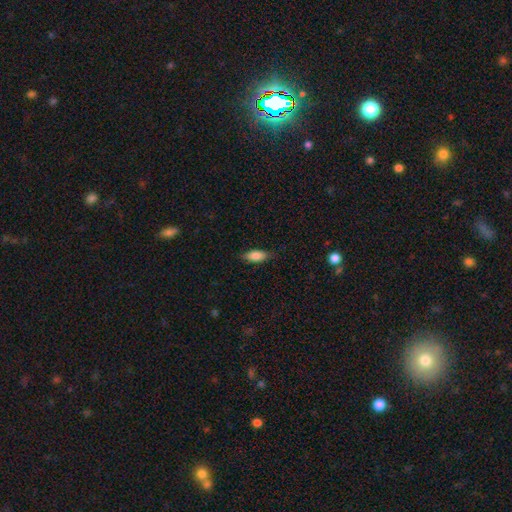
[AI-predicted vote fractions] Smooth or featured? Predicted: smooth (p=0.82). How rounded? Predicted: in between (p=0.80). Merging? Predicted: none (p=0.82).